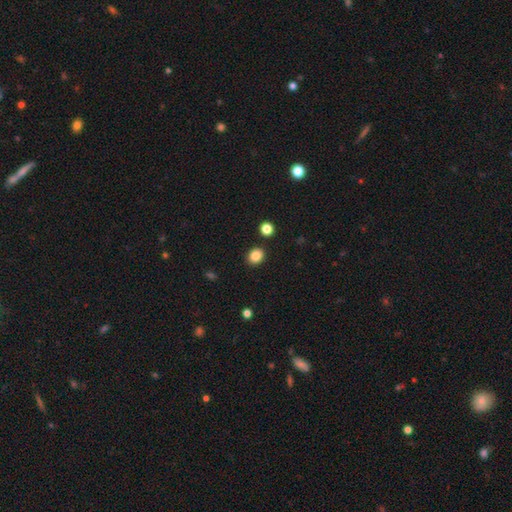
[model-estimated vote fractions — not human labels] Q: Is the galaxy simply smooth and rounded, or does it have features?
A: smooth — 86%.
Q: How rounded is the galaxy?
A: round — 58%.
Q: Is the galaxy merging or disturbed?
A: none — 88%.